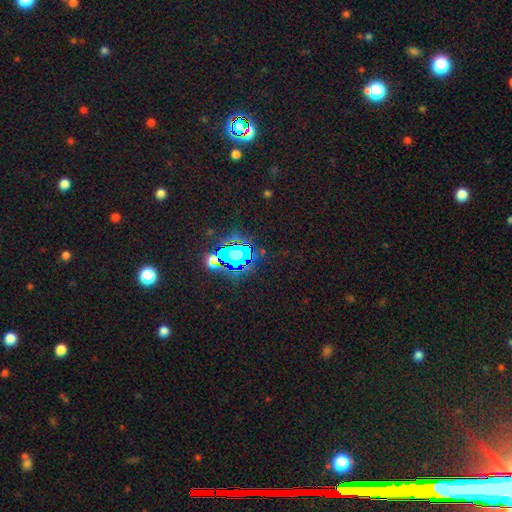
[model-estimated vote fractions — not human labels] Q: Smooth or featured?
A: star or artifact (82%); runner-up: smooth (11%)